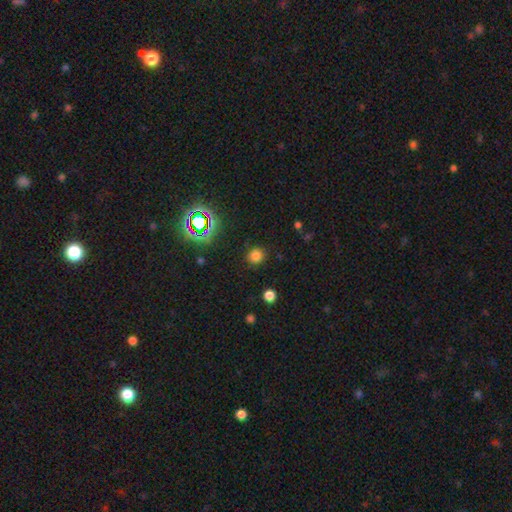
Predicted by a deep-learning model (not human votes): Overall: smooth (76%). How rounded: round (88%). Merging: none (87%).